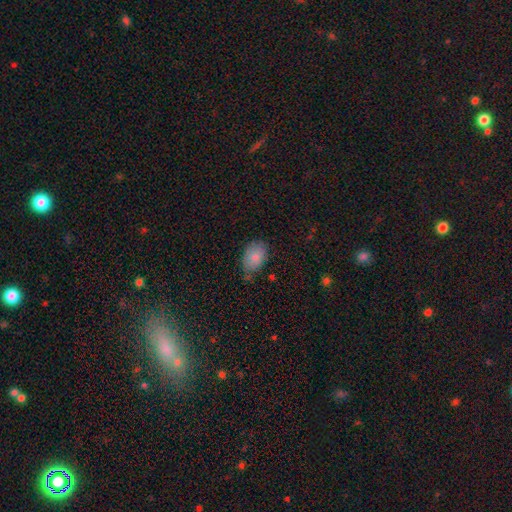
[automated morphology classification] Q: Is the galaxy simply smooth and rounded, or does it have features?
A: smooth — 83%.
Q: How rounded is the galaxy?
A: in between — 85%.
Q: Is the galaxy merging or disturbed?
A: none — 64%.